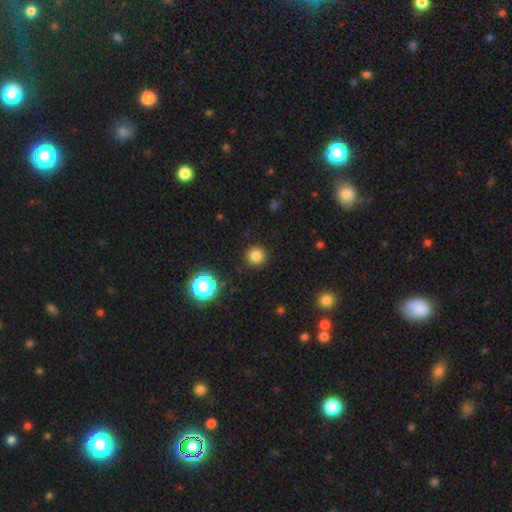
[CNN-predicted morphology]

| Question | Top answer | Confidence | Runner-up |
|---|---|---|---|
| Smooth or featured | smooth | 81% | star or artifact (15%) |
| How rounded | round | 94% | in between (5%) |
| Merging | none | 91% | minor disturbance (6%) |